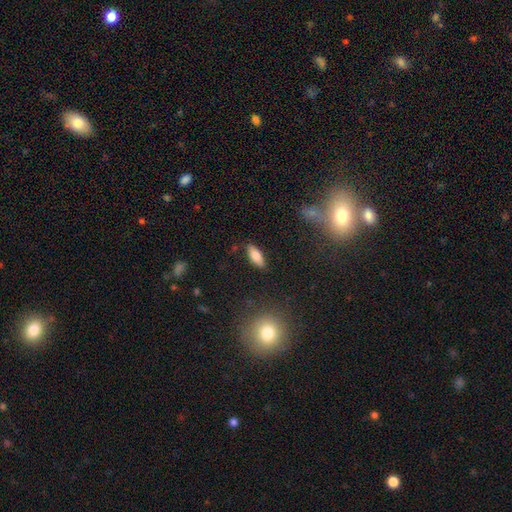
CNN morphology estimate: Smooth or featured? Predicted: smooth (p=0.75). How rounded? Predicted: in between (p=0.72). Merging? Predicted: none (p=0.86).